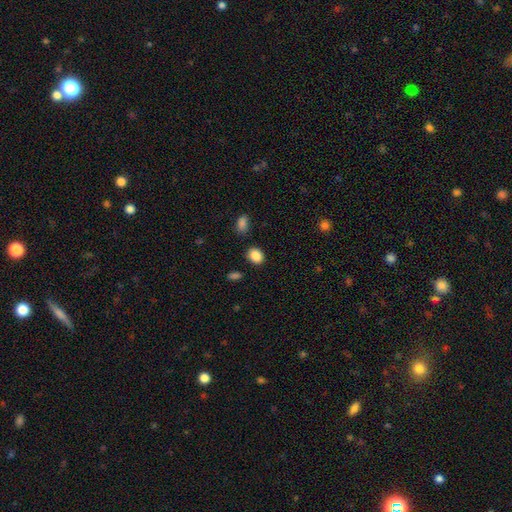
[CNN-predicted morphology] smooth 88%, star or artifact 9%, featured or disk 4%. Down the decision tree: how rounded — in between (53%); merging — none (84%).